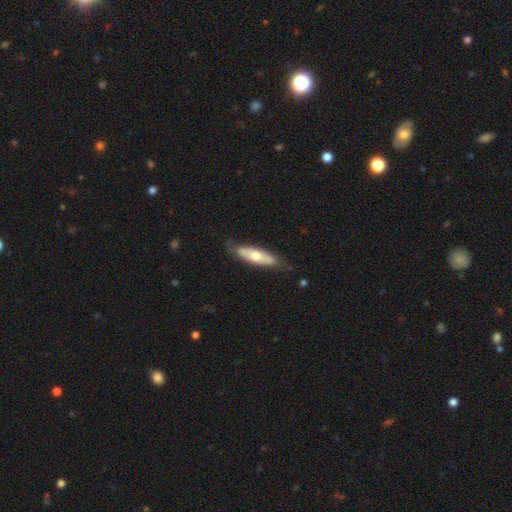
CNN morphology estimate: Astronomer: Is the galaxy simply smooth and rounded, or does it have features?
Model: smooth — 56% (runner-up: featured or disk, 39%).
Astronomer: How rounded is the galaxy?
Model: cigar-shaped — 54% (runner-up: in between, 44%).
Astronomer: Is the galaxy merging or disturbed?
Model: none — 73%.